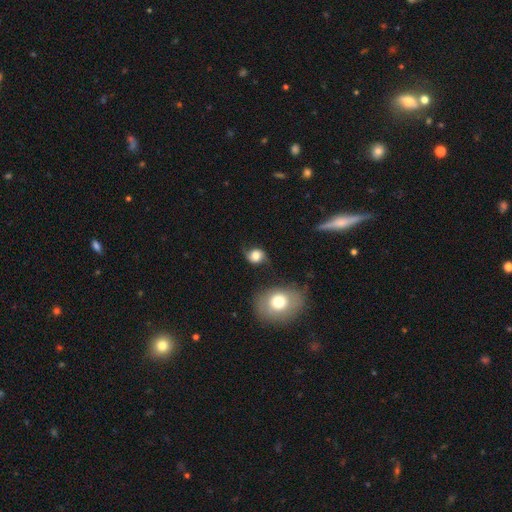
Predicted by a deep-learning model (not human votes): This is possibly a smooth galaxy (57%). How rounded: likely round (65%). Merging: likely none (62%).